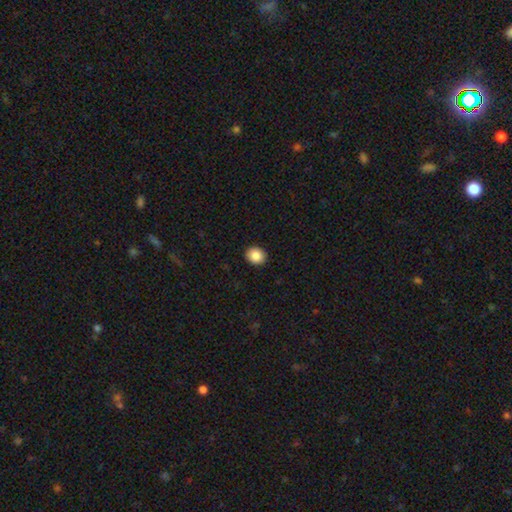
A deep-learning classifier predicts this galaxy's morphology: Overall: smooth (87%). How rounded: round (72%). Merging: none (92%).